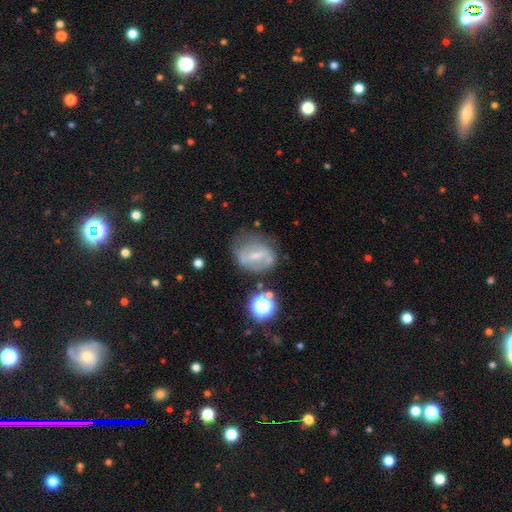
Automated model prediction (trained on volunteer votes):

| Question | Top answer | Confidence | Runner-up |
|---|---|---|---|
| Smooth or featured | featured or disk | 61% | smooth (27%) |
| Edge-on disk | no | 93% | yes (7%) |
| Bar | strong | 46% | weak (38%) |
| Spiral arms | yes | 51% | no (49%) |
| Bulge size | small | 52% | moderate (30%) |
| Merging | none | 55% | minor disturbance (25%) |